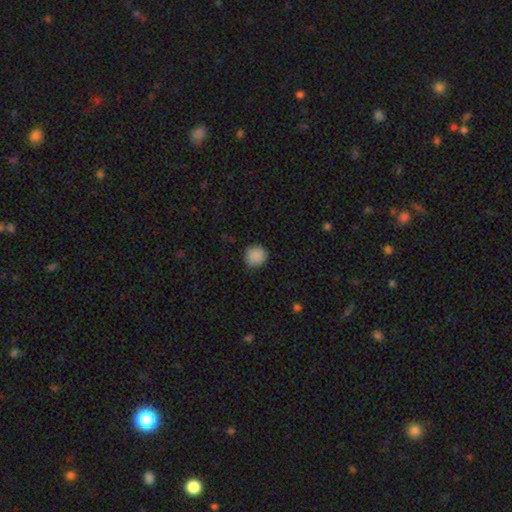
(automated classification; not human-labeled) Smooth or featured? smooth (89%)
How rounded? round (92%)
Merging? none (88%)